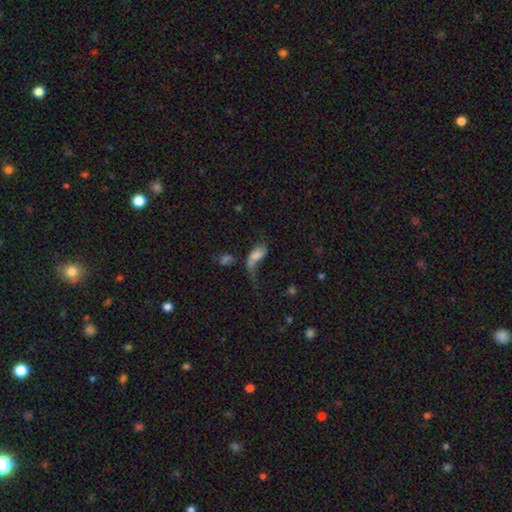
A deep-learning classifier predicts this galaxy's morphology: This is likely a smooth galaxy (60%). How rounded: clearly in between (85%). Merging: marginally major disturbance (44%).